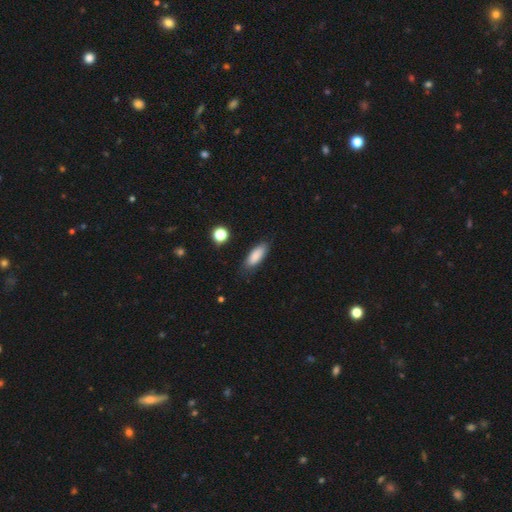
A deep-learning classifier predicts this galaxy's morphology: Smooth or featured?
  - smooth: 86% *
  - star or artifact: 7%
  - featured or disk: 7%
How rounded?
  - in between: 67% *
  - cigar-shaped: 31%
  - round: 2%
Merging?
  - none: 82% *
  - minor disturbance: 13%
  - major disturbance: 3%
  - merger: 2%